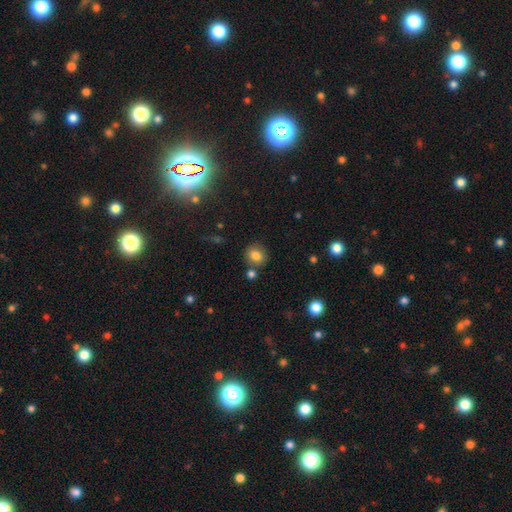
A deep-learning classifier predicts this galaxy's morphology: This is clearly a smooth galaxy (81%). How rounded: likely round (75%). Merging: likely none (78%).